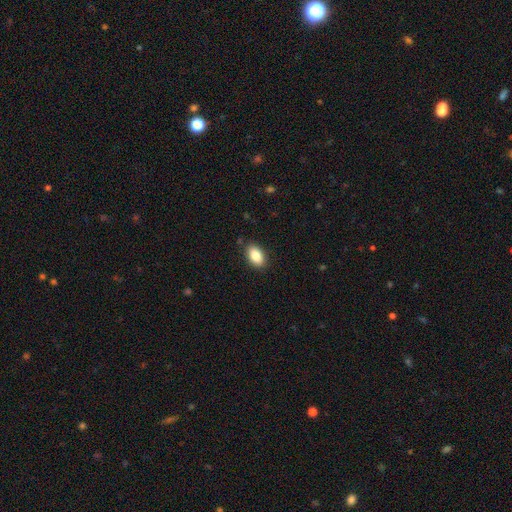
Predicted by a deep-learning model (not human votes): This is clearly a smooth galaxy (86%). How rounded: clearly in between (91%). Merging: clearly none (87%).